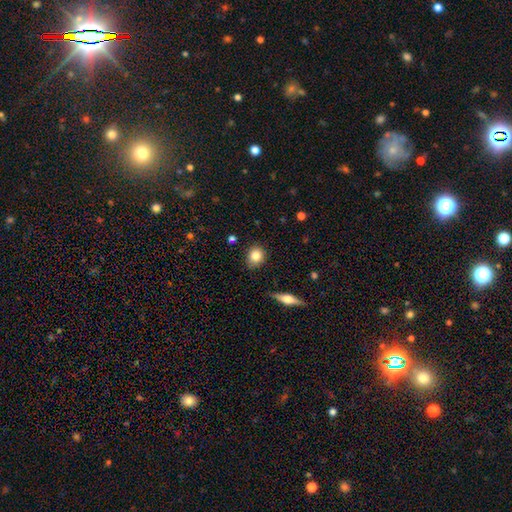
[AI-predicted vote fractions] Q: Smooth or featured?
A: smooth (82%); runner-up: featured or disk (10%)
Q: How rounded?
A: round (63%); runner-up: in between (35%)
Q: Merging?
A: none (86%); runner-up: minor disturbance (10%)